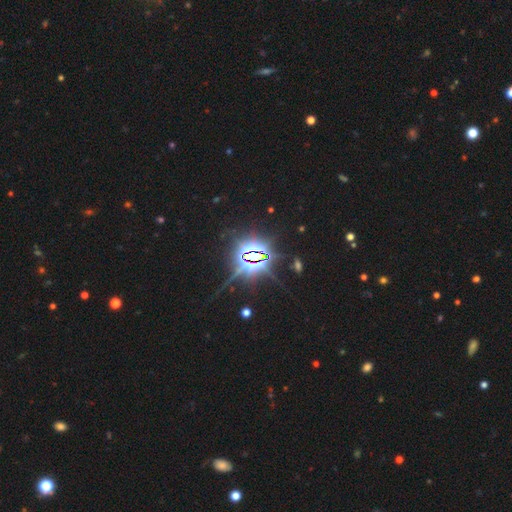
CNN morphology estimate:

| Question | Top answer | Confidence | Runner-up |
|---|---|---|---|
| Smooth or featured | star or artifact | 86% | featured or disk (8%) |